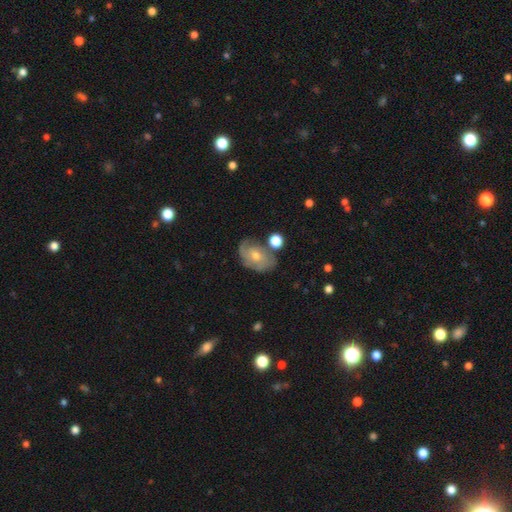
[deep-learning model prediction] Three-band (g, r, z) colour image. It shows a featured or disk galaxy (63%) with no bar (76%), spiral arms (80%) and a moderate central bulge (48%). Merging: none (64%).